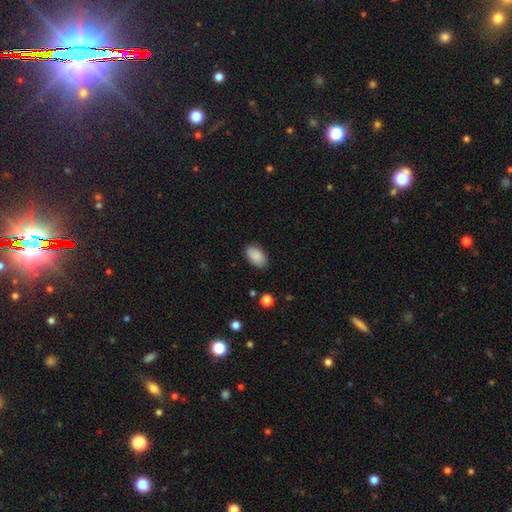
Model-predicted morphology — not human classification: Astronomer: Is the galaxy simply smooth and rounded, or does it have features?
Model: smooth — 89%.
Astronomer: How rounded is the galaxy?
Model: in between — 94%.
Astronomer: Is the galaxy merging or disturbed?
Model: none — 85%.